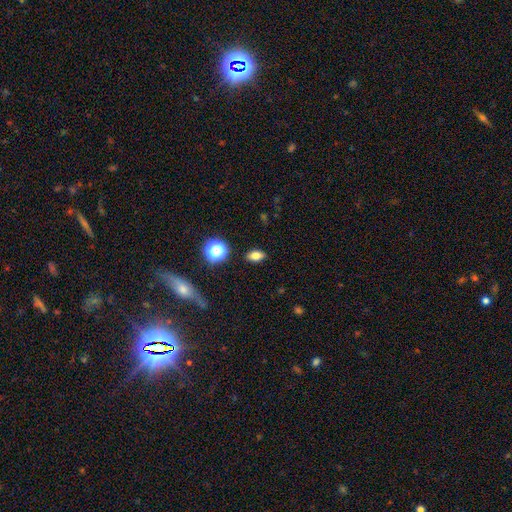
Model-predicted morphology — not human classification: The model was most divided on "smooth or featured": smooth: 76%, star or artifact: 14%, featured or disk: 10%. More confident: merging — none (88%); how rounded — in between (81%).